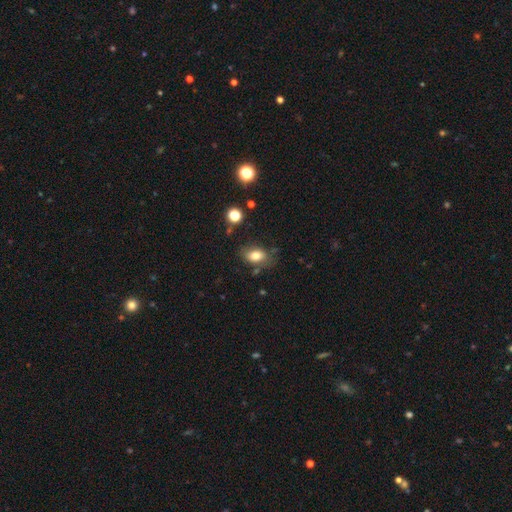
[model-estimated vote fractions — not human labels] Smooth or featured?
  - smooth: 78% *
  - featured or disk: 13%
  - star or artifact: 10%
How rounded?
  - in between: 85% *
  - round: 13%
  - cigar-shaped: 2%
Merging?
  - none: 71% *
  - minor disturbance: 19%
  - major disturbance: 5%
  - merger: 4%